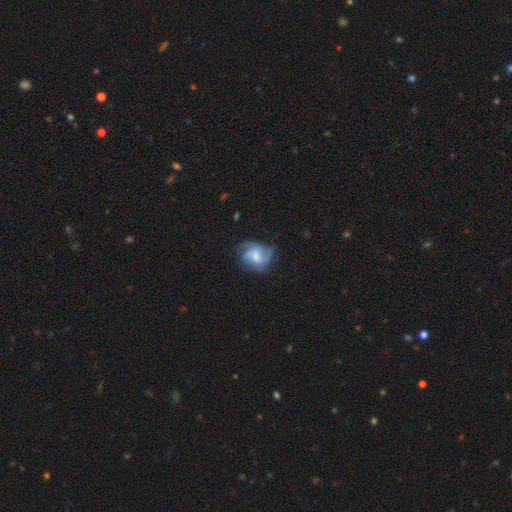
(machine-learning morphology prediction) Smooth or featured? Predicted: featured or disk (p=0.57). Edge-on disk? Predicted: no (p=0.97). Bar? Predicted: no (p=0.54). Spiral arms? Predicted: yes (p=0.80). Bulge size? Predicted: moderate (p=0.47). Merging? Predicted: none (p=0.50).